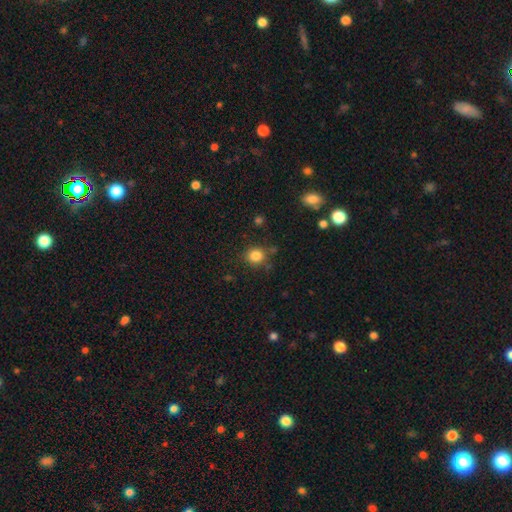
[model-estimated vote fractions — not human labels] Overall: smooth (83%). How rounded: round (87%). Merging: none (81%).